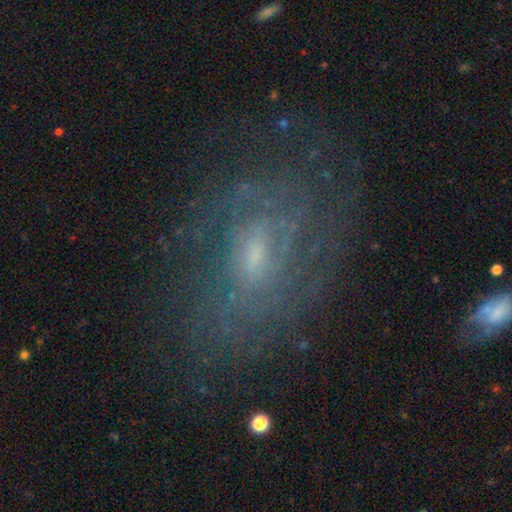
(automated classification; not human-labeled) Smooth or featured? featured or disk (75%)
Edge-on disk? no (94%)
Bar? weak (51%)
Spiral arms? yes (83%)
Spiral winding? tight (58%)
Spiral arm count? can't tell (58%)
Bulge size? small (59%)
Merging? none (74%)